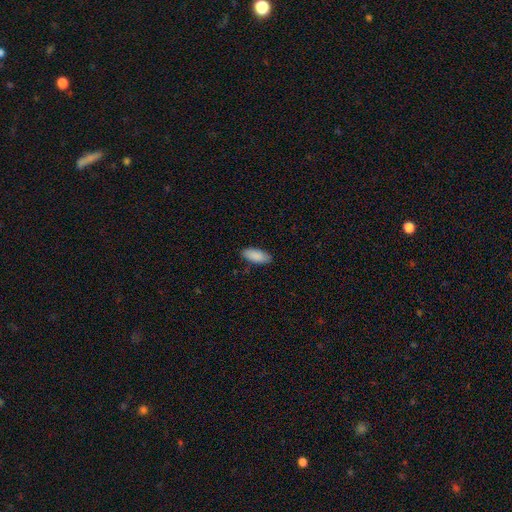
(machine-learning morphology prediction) Smooth or featured? Predicted: smooth (p=0.90). How rounded? Predicted: in between (p=0.85). Merging? Predicted: none (p=0.85).